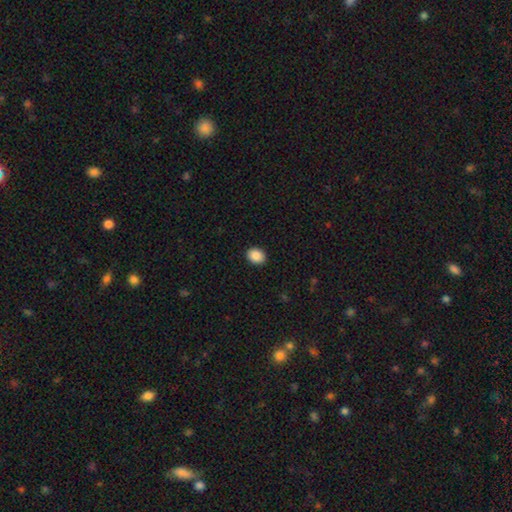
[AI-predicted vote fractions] Smooth or featured? Predicted: smooth (p=0.89). How rounded? Predicted: in between (p=0.51). Merging? Predicted: none (p=0.91).